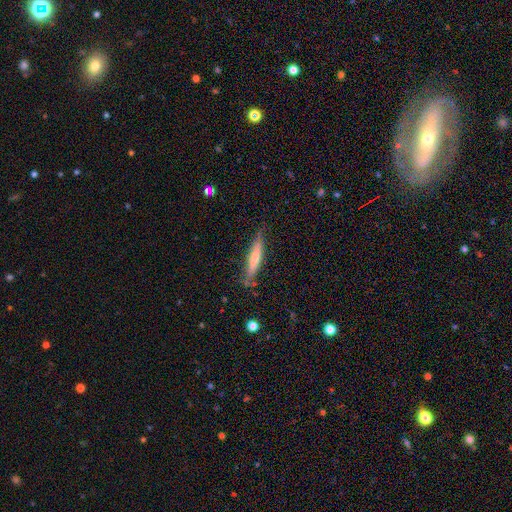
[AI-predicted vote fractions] featured or disk 49%, smooth 44%, star or artifact 7%. Down the decision tree: merging — none (83%).